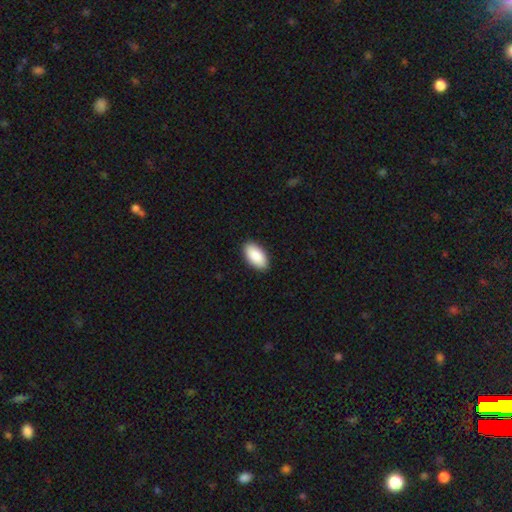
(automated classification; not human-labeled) Overall: smooth (90%). How rounded: in between (95%). Merging: none (90%).